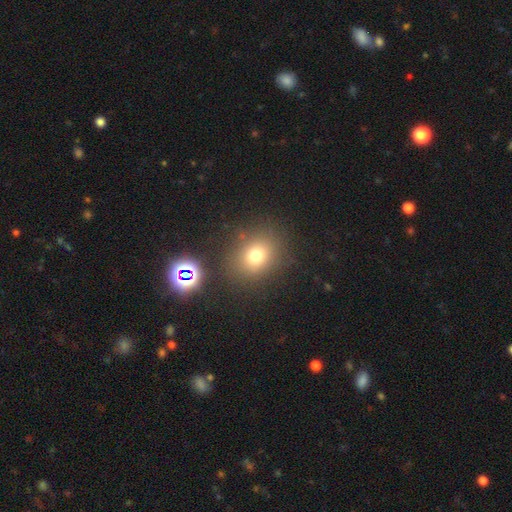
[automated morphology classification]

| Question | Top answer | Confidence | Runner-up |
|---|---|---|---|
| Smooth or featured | smooth | 73% | star or artifact (17%) |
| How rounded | round | 66% | in between (33%) |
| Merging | none | 81% | minor disturbance (10%) |